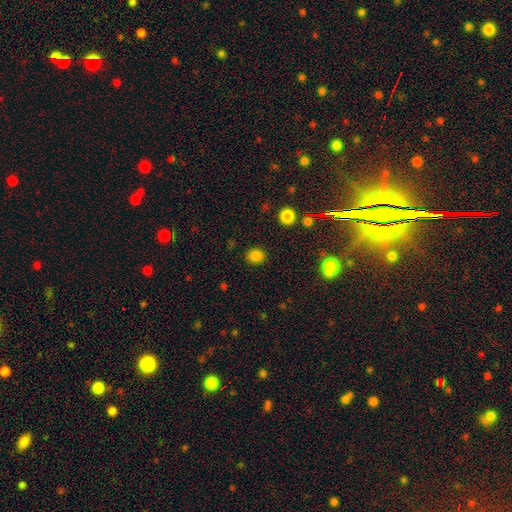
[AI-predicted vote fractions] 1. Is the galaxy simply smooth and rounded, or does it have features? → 82% smooth, 14% star or artifact, 4% featured or disk.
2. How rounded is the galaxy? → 75% round, 24% in between, 1% cigar-shaped.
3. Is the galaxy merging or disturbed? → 88% none, 7% minor disturbance, 3% major disturbance, 1% merger.